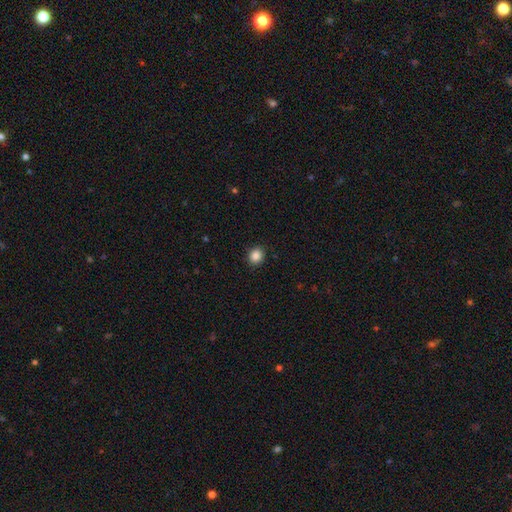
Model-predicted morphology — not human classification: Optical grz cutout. It shows a smooth galaxy with no disk features (87%) that is round (77%). Merging: none (91%).